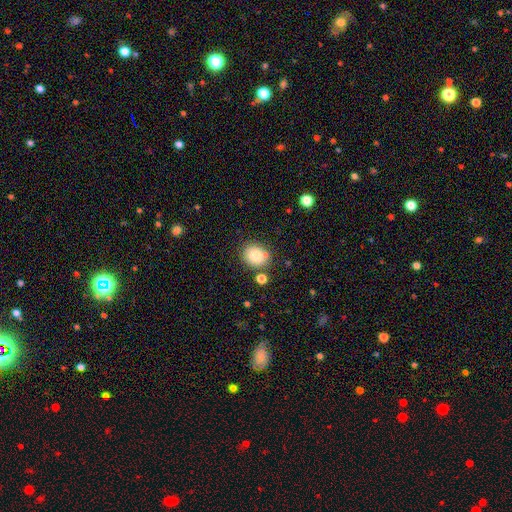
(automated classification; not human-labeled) A smooth galaxy with no disk features (82%) that is round (67%).

Vote fractions:
- Smooth or featured? smooth: 82% / star or artifact: 10% / featured or disk: 8%
- How rounded? round: 67% / in between: 32% / cigar-shaped: 1%
- Merging? none: 74% / minor disturbance: 13% / merger: 9% / major disturbance: 4%